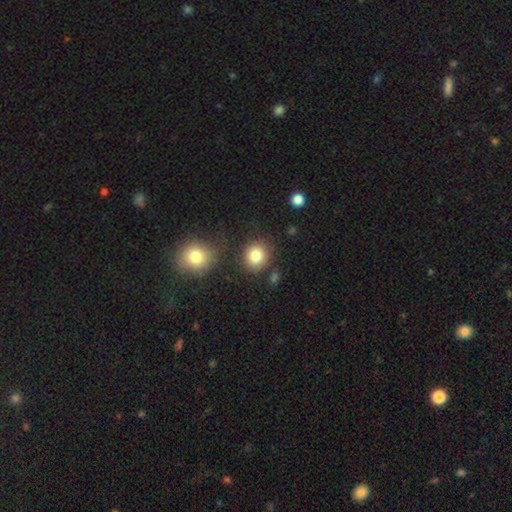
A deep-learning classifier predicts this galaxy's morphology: This appears to be a smooth galaxy with no disk features (84%) that is round (84%). Merging: none (80%).